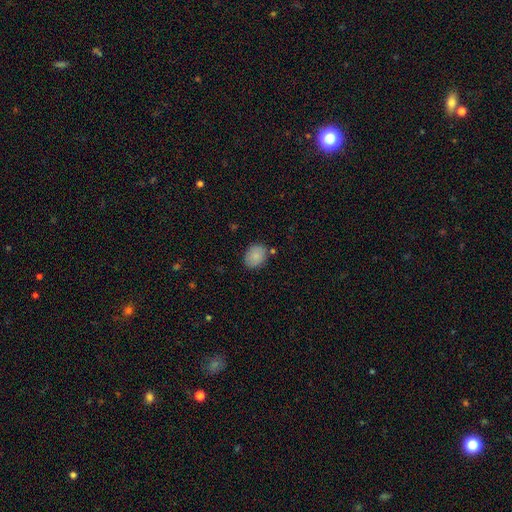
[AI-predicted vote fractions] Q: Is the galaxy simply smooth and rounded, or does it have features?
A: smooth — 85%.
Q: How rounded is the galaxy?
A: in between — 62%.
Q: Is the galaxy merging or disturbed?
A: none — 80%.